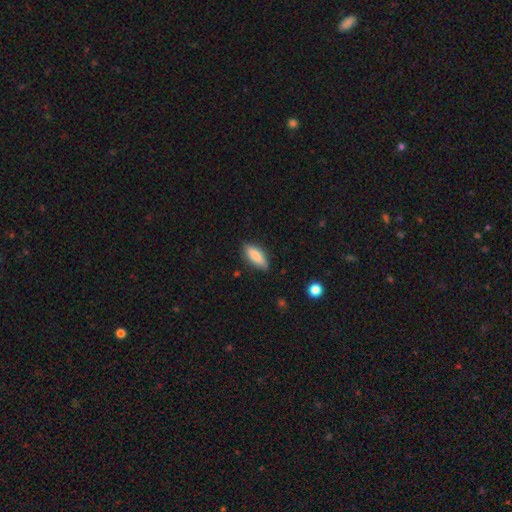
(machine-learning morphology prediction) This appears to be a smooth galaxy with no disk features (81%) that is in between round and cigar-shaped (67%). Merging: none (82%).